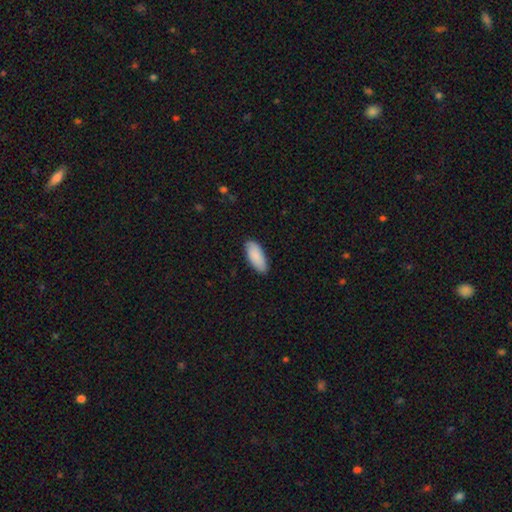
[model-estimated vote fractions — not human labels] This is clearly a smooth galaxy (90%). How rounded: clearly in between (87%). Merging: clearly none (87%).